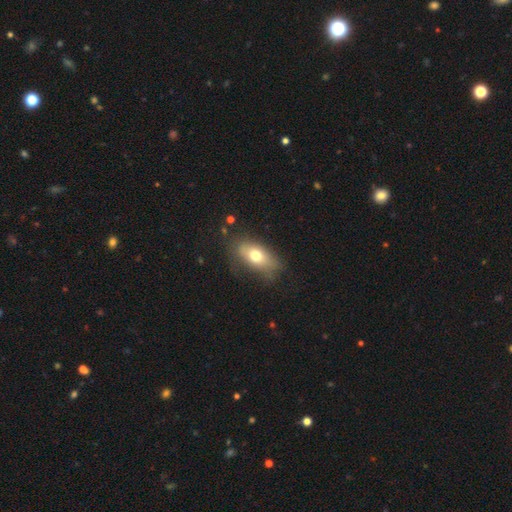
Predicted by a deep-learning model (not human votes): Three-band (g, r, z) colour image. It shows a smooth galaxy with no disk features (66%) that is in between round and cigar-shaped (85%). Merging: none (65%).